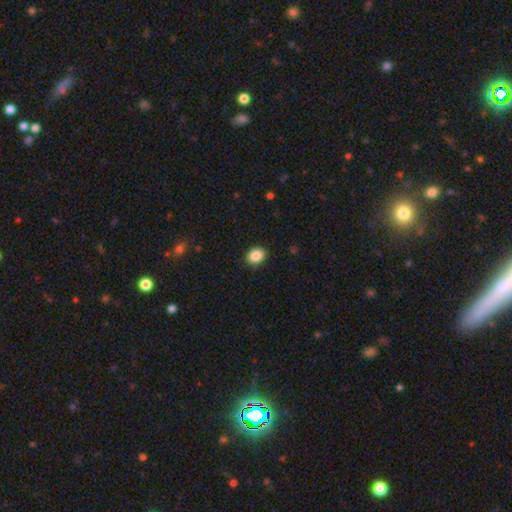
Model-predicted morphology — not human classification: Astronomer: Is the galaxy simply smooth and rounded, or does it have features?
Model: smooth — 87%.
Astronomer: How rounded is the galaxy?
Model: in between — 63%.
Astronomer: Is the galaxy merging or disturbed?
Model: none — 88%.